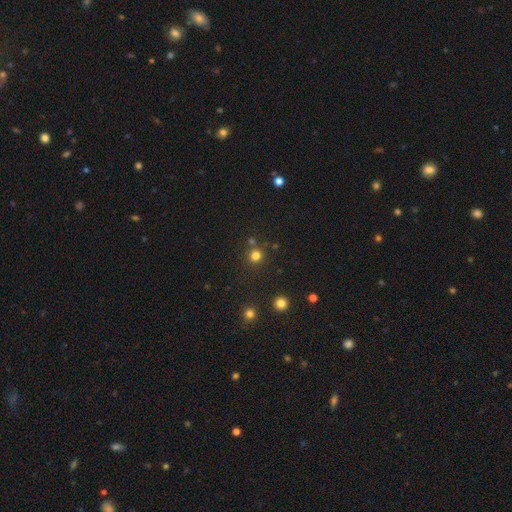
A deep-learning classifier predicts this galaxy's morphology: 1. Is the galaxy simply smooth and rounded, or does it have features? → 77% smooth, 18% star or artifact, 5% featured or disk.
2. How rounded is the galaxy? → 91% round, 8% in between, 1% cigar-shaped.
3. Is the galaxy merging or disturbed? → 79% none, 10% merger, 8% minor disturbance, 3% major disturbance.